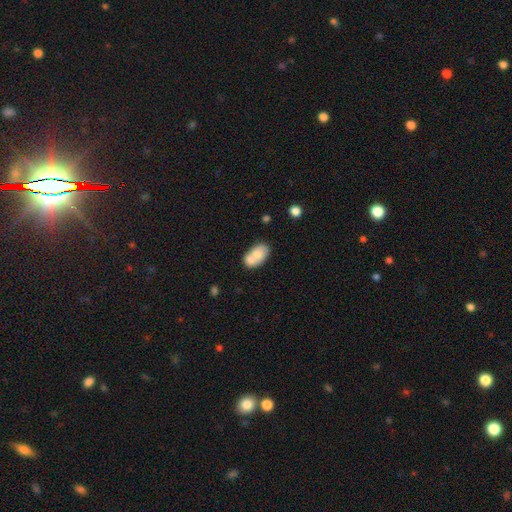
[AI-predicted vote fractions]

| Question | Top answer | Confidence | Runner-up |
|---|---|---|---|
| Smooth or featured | smooth | 69% | featured or disk (24%) |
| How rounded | in between | 83% | round (16%) |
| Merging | merger | 55% | none (30%) |